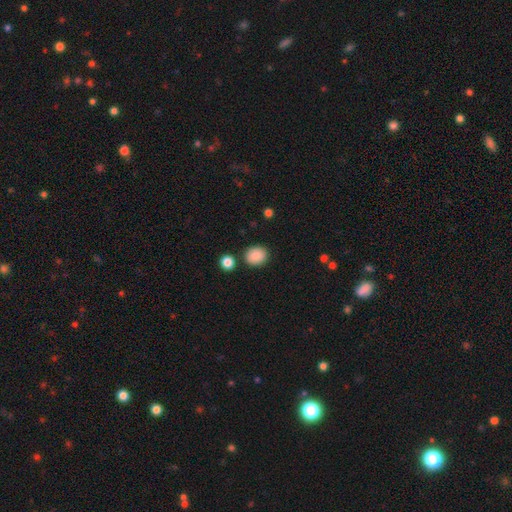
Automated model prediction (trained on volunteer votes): smooth-or-featured: smooth: 89% | star or artifact: 8% | featured or disk: 3%
  how-rounded: round: 63% | in between: 36% | cigar-shaped: 1%
  merging: none: 85% | minor disturbance: 9% | merger: 4% | major disturbance: 3%